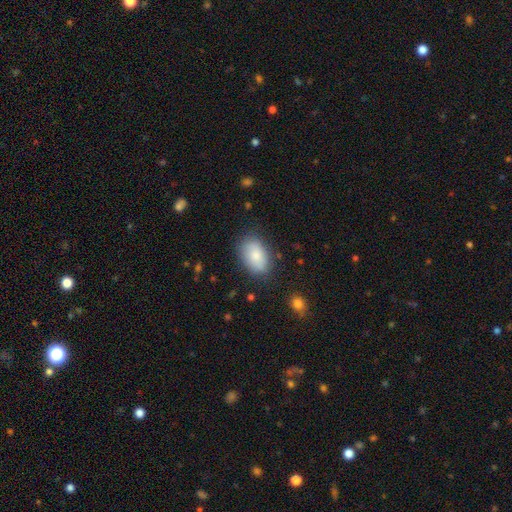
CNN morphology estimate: This is clearly a smooth galaxy (83%). How rounded: clearly in between (90%). Merging: likely none (79%).